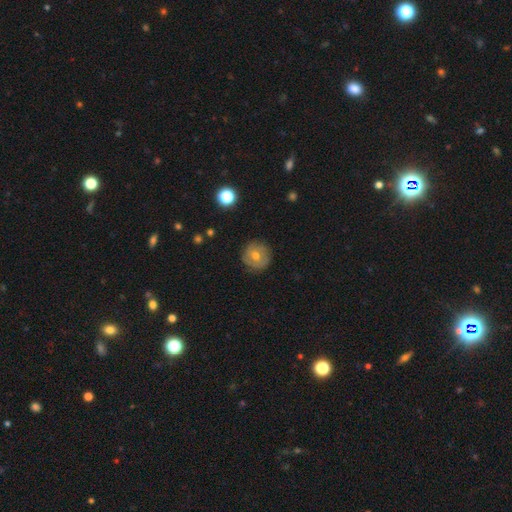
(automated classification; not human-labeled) The model was most divided on "smooth or featured": smooth: 52%, featured or disk: 37%, star or artifact: 11%. More confident: how rounded — round (94%); merging — none (86%).